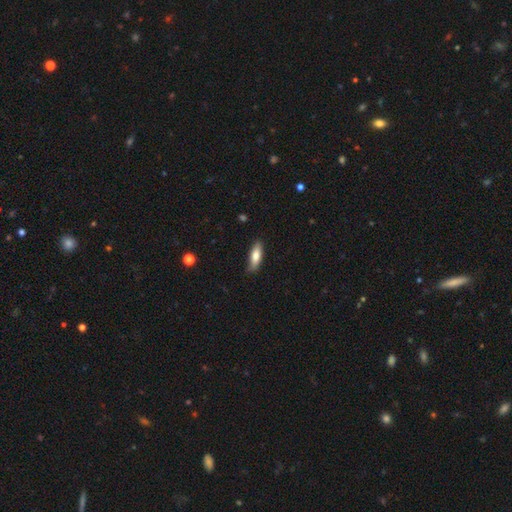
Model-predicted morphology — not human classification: smooth 76%, featured or disk 18%, star or artifact 6%. Down the decision tree: how rounded — in between (54%); merging — none (78%).